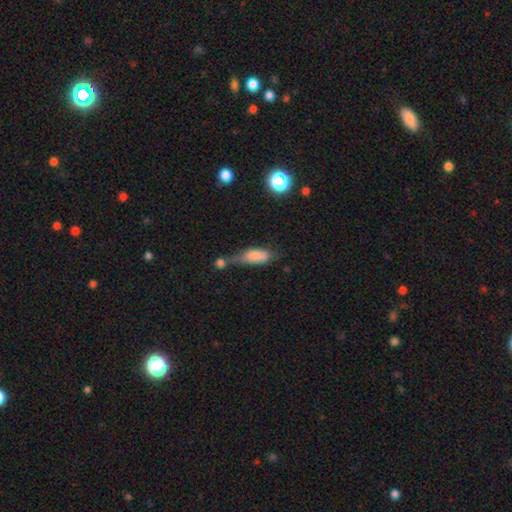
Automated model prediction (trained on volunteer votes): Smooth or featured? smooth (76%)
How rounded? in between (74%)
Merging? merger (35%)